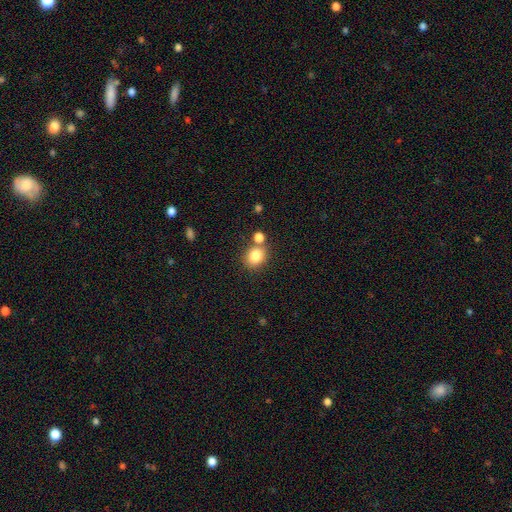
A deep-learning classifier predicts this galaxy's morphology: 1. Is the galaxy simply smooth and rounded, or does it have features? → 82% smooth, 11% star or artifact, 7% featured or disk.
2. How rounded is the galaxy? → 67% round, 32% in between, 1% cigar-shaped.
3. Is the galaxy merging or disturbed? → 68% none, 18% merger, 11% minor disturbance, 3% major disturbance.